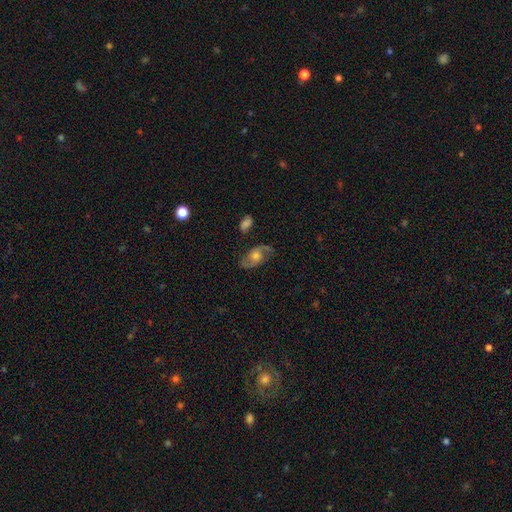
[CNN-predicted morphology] A featured or disk galaxy (79%) with no bar (65%), 2 (91%) medium (49%) spiral arms (93%) and a moderate central bulge (58%). Merging: none (79%).